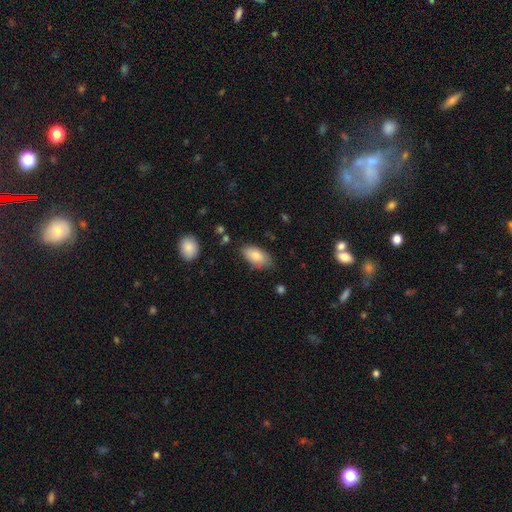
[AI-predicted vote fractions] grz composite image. It shows a smooth galaxy with no disk features (82%) that is in between round and cigar-shaped (93%). Merging: none (78%).